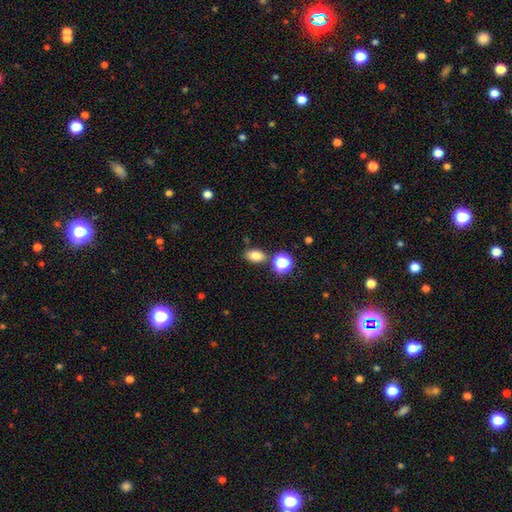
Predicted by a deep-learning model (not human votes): The model was most divided on "how rounded": in between: 81%, round: 17%, cigar-shaped: 2%. More confident: smooth or featured — smooth (79%); merging — none (78%).